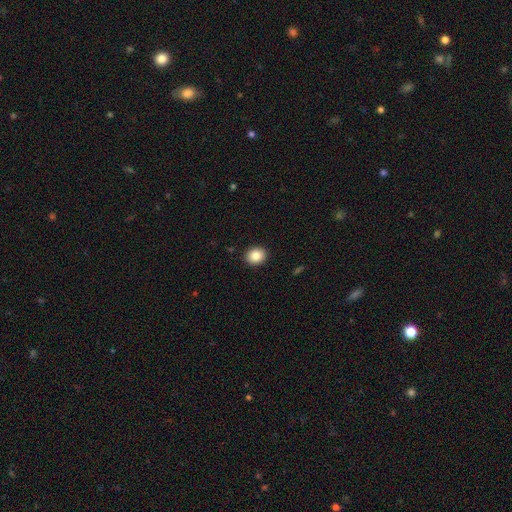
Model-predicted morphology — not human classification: Smooth or featured?
  - smooth: 86% *
  - star or artifact: 9%
  - featured or disk: 5%
How rounded?
  - round: 71% *
  - in between: 28%
  - cigar-shaped: 1%
Merging?
  - none: 92% *
  - minor disturbance: 6%
  - major disturbance: 2%
  - merger: 1%